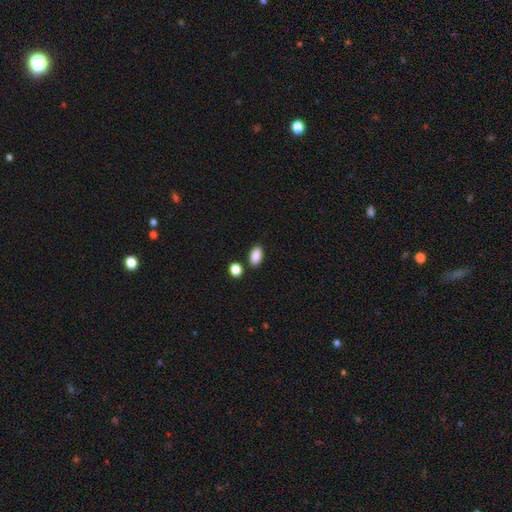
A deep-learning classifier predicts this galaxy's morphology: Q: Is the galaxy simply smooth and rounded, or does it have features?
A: smooth — 89%.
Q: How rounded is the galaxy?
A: in between — 91%.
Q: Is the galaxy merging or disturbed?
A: none — 81%.